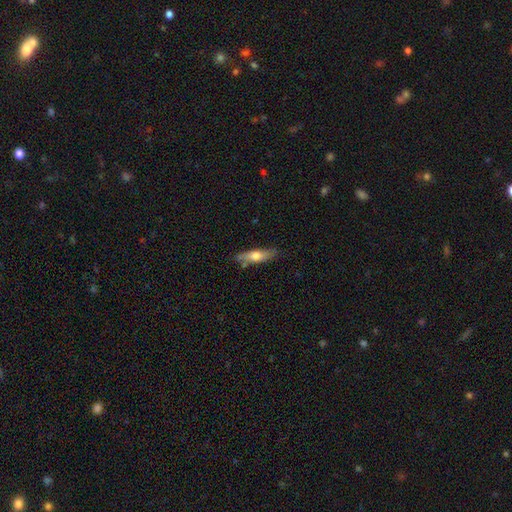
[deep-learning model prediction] Smooth or featured? Predicted: smooth (p=0.60). How rounded? Predicted: cigar-shaped (p=0.60). Merging? Predicted: none (p=0.73).